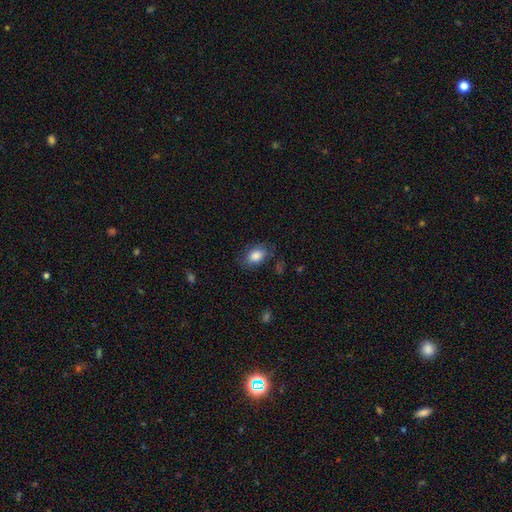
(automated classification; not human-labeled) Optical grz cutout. It shows a smooth galaxy with no disk features (83%) that is in between round and cigar-shaped (85%). Merging: none (74%).